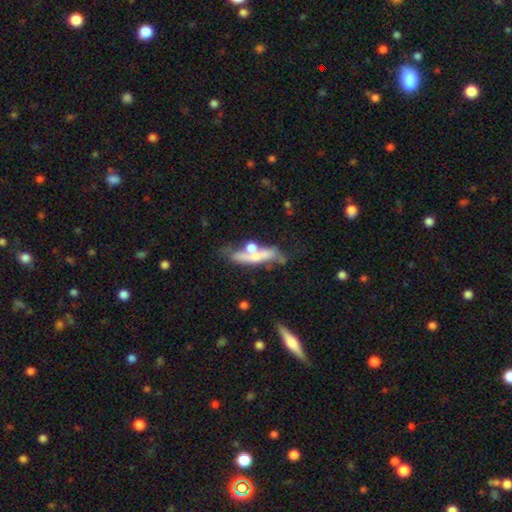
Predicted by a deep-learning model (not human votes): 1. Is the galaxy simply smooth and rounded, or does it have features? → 56% featured or disk, 35% smooth, 9% star or artifact.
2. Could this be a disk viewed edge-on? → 67% yes, 33% no.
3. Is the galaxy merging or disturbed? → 47% none, 23% merger, 21% minor disturbance, 9% major disturbance.